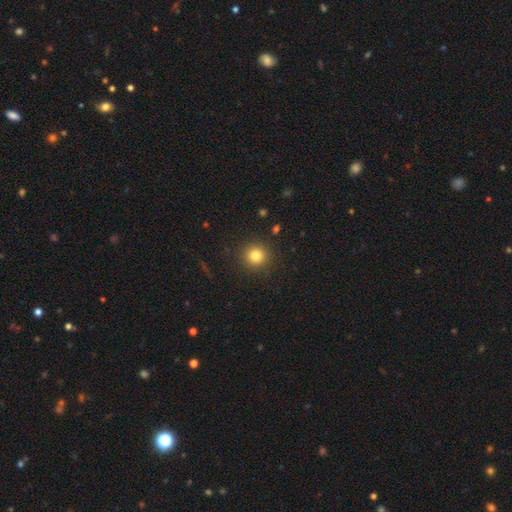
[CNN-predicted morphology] Smooth or featured: smooth — 81% (star or artifact — 12%)
How rounded: round — 94% (in between — 6%)
Merging: none — 90% (minor disturbance — 6%)